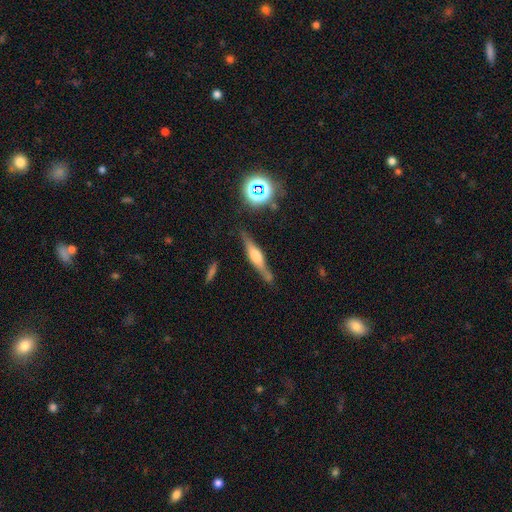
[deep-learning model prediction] A featured or disk galaxy (66%) viewed edge-on (95%) with a rounded central bulge (75%).

Vote fractions:
- Smooth or featured? featured or disk: 66% / smooth: 24% / star or artifact: 9%
- Edge-on disk? yes: 95% / no: 5%
- Edge-on bulge? rounded: 75% / boxy: 20% / none: 4%
- Merging? none: 79% / minor disturbance: 14% / major disturbance: 4% / merger: 3%